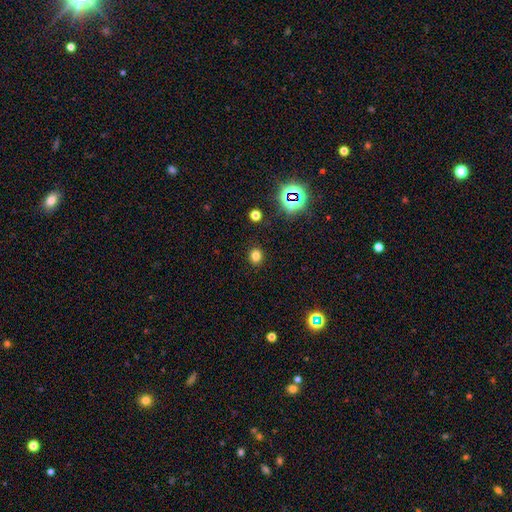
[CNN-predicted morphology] Smooth or featured? Predicted: smooth (p=0.77). How rounded? Predicted: round (p=0.67). Merging? Predicted: none (p=0.90).